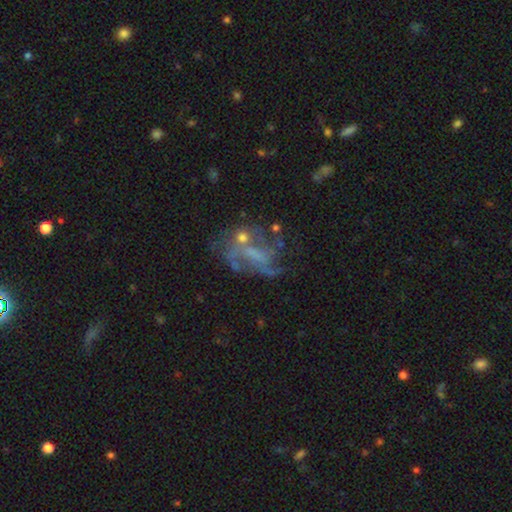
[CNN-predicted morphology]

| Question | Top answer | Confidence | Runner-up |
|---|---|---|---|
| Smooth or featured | featured or disk | 66% | smooth (18%) |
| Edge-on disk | no | 97% | yes (3%) |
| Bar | no | 61% | weak (30%) |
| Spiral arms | yes | 54% | no (46%) |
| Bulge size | none | 48% | small (27%) |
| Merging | none | 38% | major disturbance (35%) |